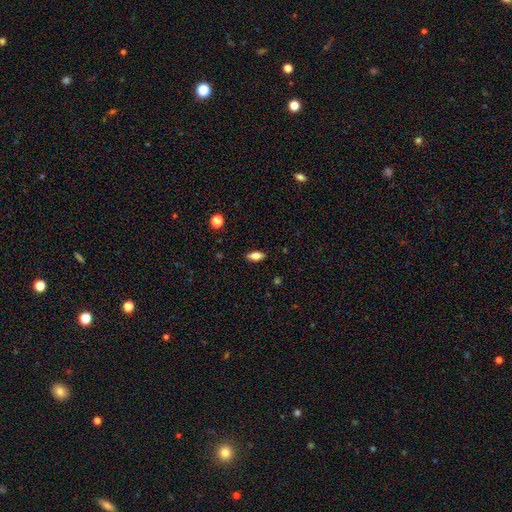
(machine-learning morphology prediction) Smooth or featured?
  - smooth: 74% *
  - featured or disk: 17%
  - star or artifact: 8%
How rounded?
  - in between: 82% *
  - cigar-shaped: 14%
  - round: 4%
Merging?
  - none: 88% *
  - minor disturbance: 9%
  - major disturbance: 2%
  - merger: 1%